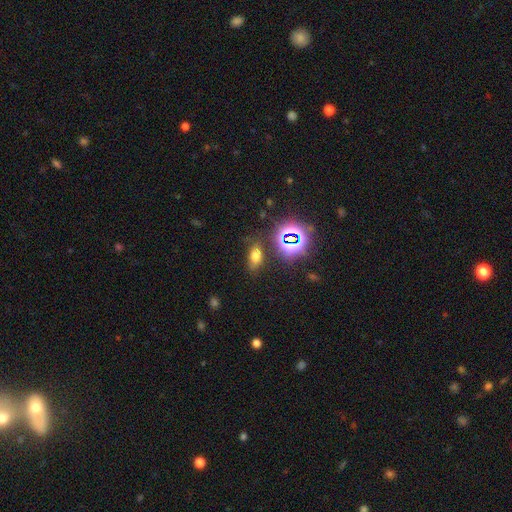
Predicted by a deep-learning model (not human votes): Smooth or featured? Predicted: smooth (p=0.61). How rounded? Predicted: in between (p=0.82). Merging? Predicted: none (p=0.77).